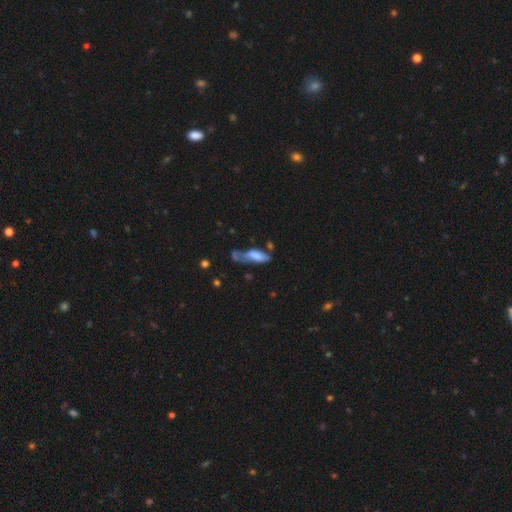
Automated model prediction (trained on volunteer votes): Smooth or featured: smooth — 66% (featured or disk — 26%)
How rounded: in between — 62% (cigar-shaped — 36%)
Merging: major disturbance — 27% (minor disturbance — 26%)